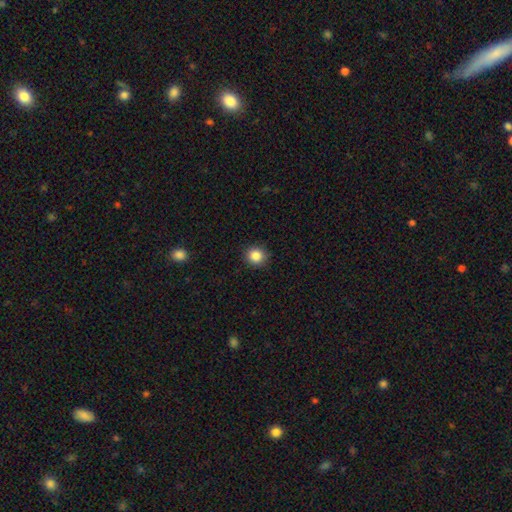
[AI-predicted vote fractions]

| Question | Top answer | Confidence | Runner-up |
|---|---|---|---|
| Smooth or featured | smooth | 86% | star or artifact (10%) |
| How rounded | round | 92% | in between (7%) |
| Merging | none | 91% | minor disturbance (7%) |